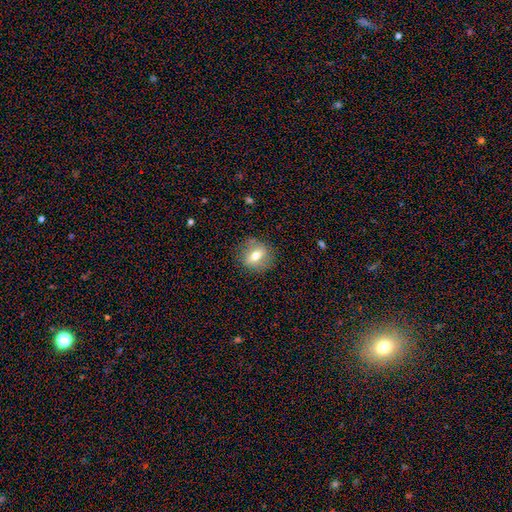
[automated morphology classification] smooth_or_featured: smooth (p=0.54) [alt: featured or disk p=0.36]
how_rounded: round (p=0.72) [alt: in between p=0.26]
merging: none (p=0.84) [alt: minor disturbance p=0.11]